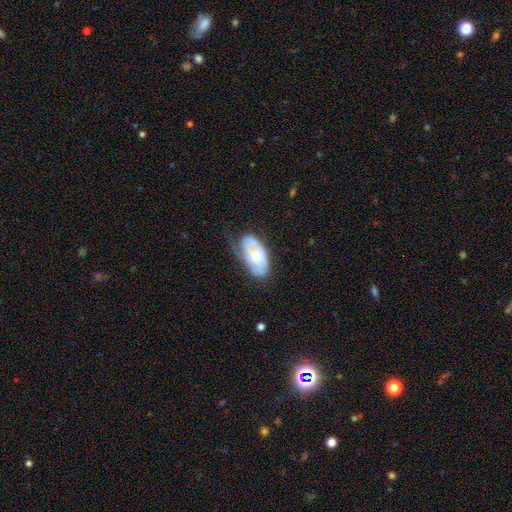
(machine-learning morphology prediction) This is possibly a featured or disk galaxy (52%). It is clearly not viewed edge-on (93%). Merging: possibly none (46%).